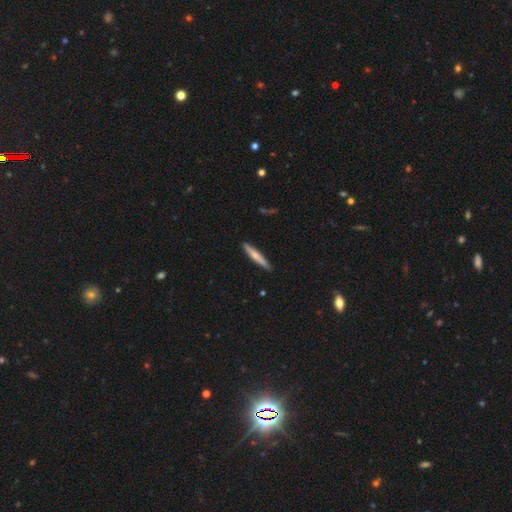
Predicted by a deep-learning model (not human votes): smooth_or_featured: smooth (p=0.59) [alt: featured or disk p=0.35]
how_rounded: cigar-shaped (p=0.94) [alt: in between p=0.05]
merging: none (p=0.90) [alt: minor disturbance p=0.08]